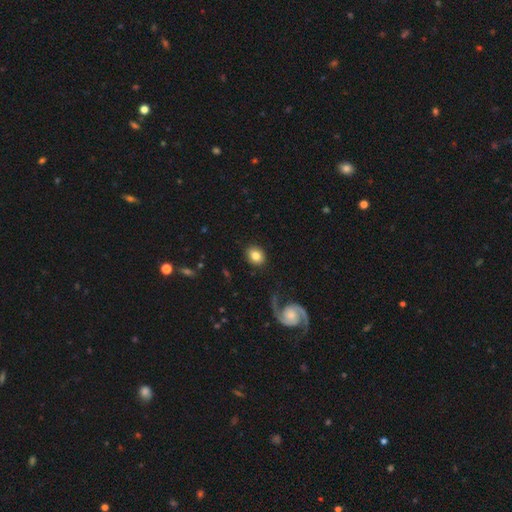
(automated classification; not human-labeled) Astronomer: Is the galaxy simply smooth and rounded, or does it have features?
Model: smooth — 79%.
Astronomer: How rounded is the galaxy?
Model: round — 61% (runner-up: in between, 38%).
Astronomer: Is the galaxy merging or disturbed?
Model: none — 88%.